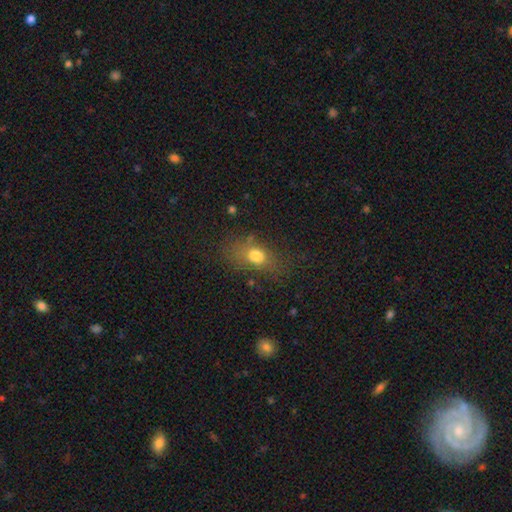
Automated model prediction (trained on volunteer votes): Morphology: type=smooth (72%); roundness=in between (69%); merging=none (60%).